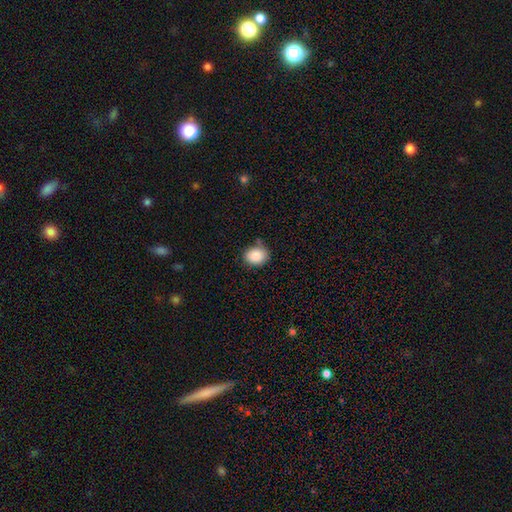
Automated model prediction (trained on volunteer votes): smooth 87%, star or artifact 8%, featured or disk 5%. Down the decision tree: how rounded — round (52%); merging — none (74%).